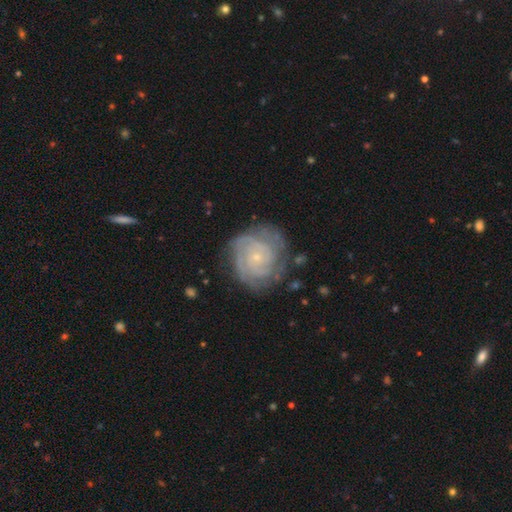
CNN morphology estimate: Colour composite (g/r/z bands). It shows a featured or disk galaxy (82%) with no bar (78%), tight (78%) spiral arms (95%) and a small central bulge (84%). Merging: none (75%).